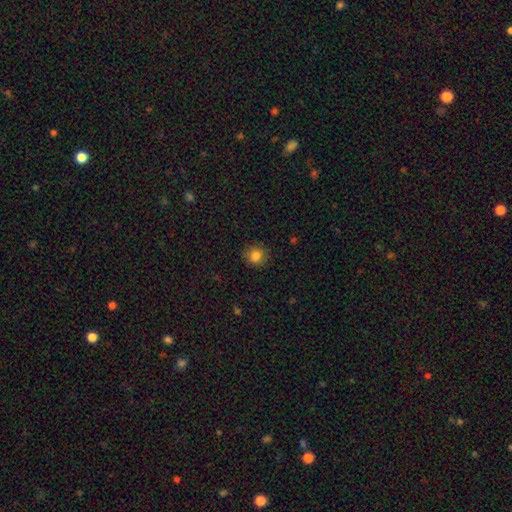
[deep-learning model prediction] Overall: smooth (83%). How rounded: round (86%). Merging: none (88%).